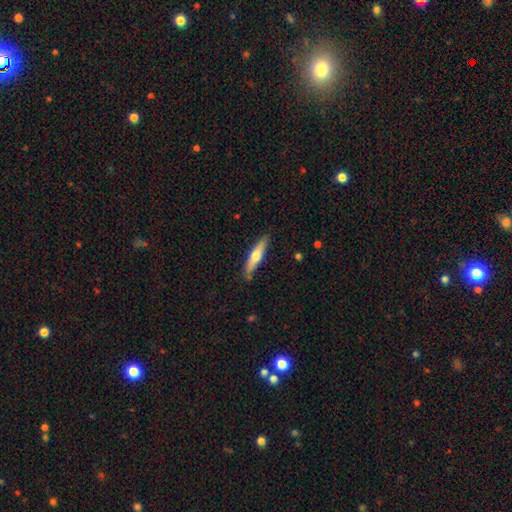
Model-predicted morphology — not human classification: Smooth or featured: smooth — 52% (featured or disk — 42%)
How rounded: cigar-shaped — 82% (in between — 17%)
Merging: none — 85% (minor disturbance — 11%)